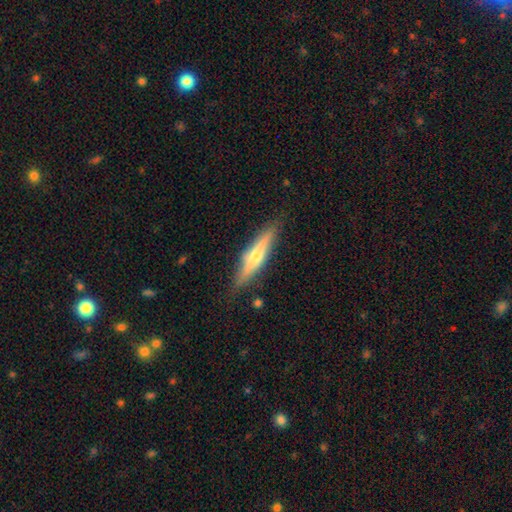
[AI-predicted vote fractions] Morphology: type=featured or disk (58%); edge-on=yes (93%); edge-on bulge=rounded (82%); merging=none (85%).